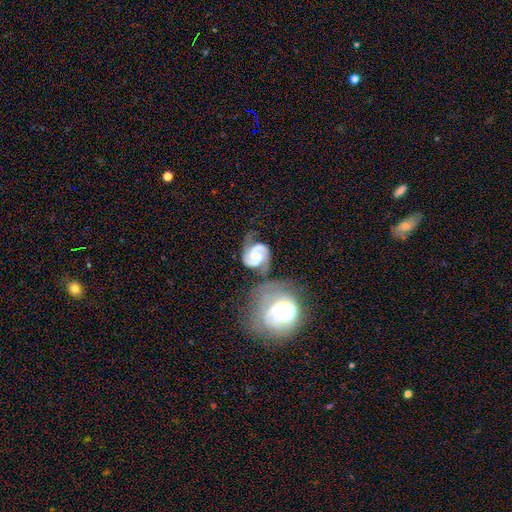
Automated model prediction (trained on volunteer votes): Overall: featured or disk (89%). Edge-on disk: no (98%). Bar: no (51%; weak 38%). Spiral arms: yes (98%). Spiral arm count: 2 (89%). Spiral winding: medium (51%; tight 33%). Bulge size: small (49%; moderate 25%). Merging: none (52%; merger 20%).